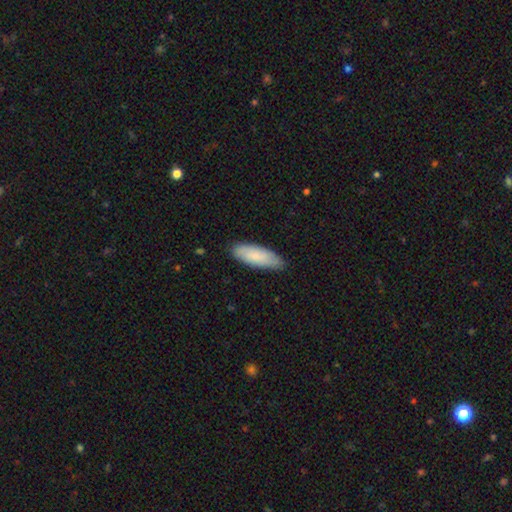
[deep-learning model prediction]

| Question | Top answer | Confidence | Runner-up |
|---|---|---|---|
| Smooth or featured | smooth | 81% | featured or disk (14%) |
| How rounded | in between | 64% | cigar-shaped (34%) |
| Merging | none | 82% | minor disturbance (15%) |